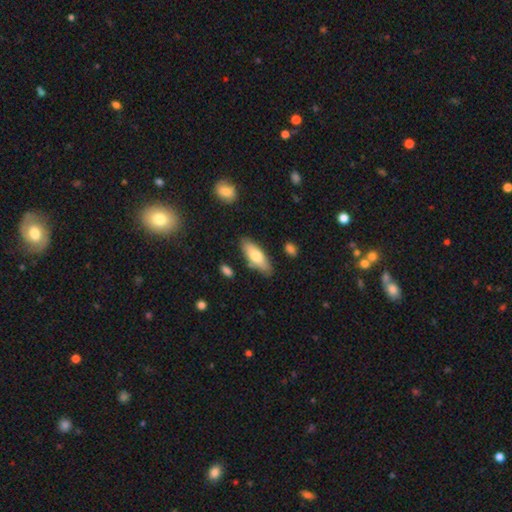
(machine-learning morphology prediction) smooth_or_featured: smooth (p=0.70) [alt: featured or disk p=0.24]
how_rounded: in between (p=0.66) [alt: cigar-shaped p=0.32]
merging: none (p=0.80) [alt: minor disturbance p=0.14]